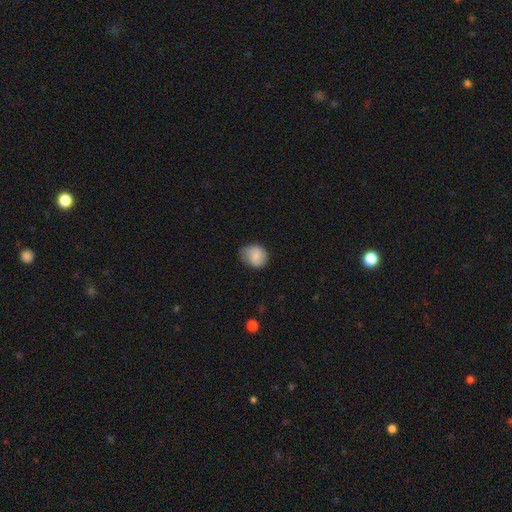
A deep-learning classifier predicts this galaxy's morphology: Q: Smooth or featured?
A: smooth (75%); runner-up: featured or disk (18%)
Q: How rounded?
A: round (66%); runner-up: in between (33%)
Q: Merging?
A: none (58%); runner-up: minor disturbance (33%)